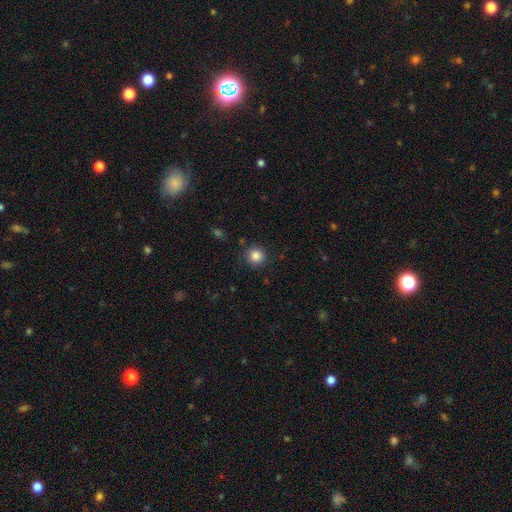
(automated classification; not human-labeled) This appears to be a smooth galaxy with no disk features (86%) that is round (94%). Merging: none (88%).